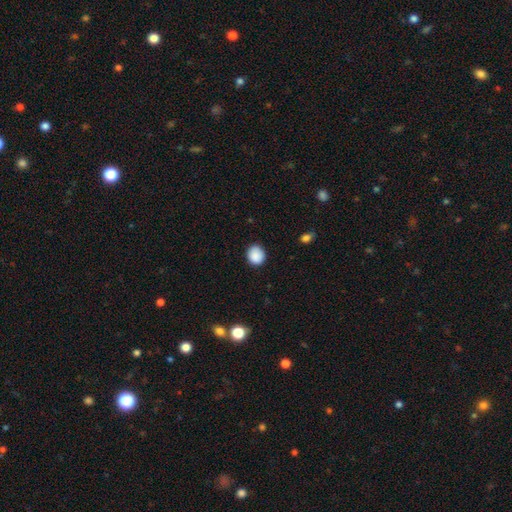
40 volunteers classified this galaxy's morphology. Smooth or featured? 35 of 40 (88%) said smooth. How rounded? 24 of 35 (69%) said round. Merging? 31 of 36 (86%) said none.